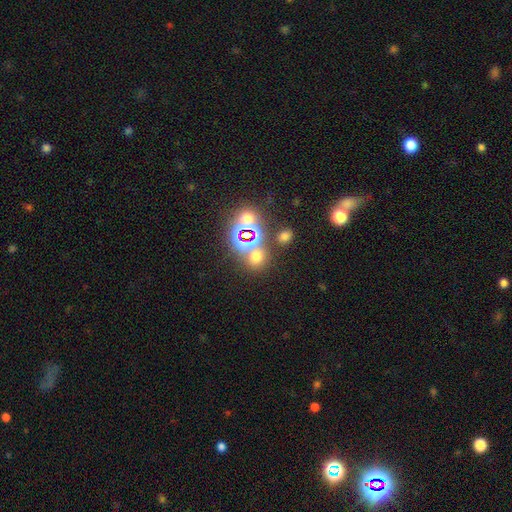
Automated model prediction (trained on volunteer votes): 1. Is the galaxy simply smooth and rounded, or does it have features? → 50% smooth, 42% star or artifact, 8% featured or disk.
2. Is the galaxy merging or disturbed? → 67% none, 20% merger, 9% minor disturbance, 5% major disturbance.